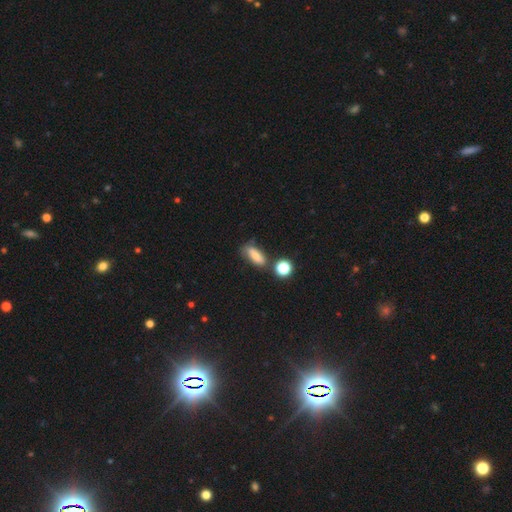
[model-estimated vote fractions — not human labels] This is likely a smooth galaxy (71%). How rounded: likely in between (70%). Merging: possibly none (60%).